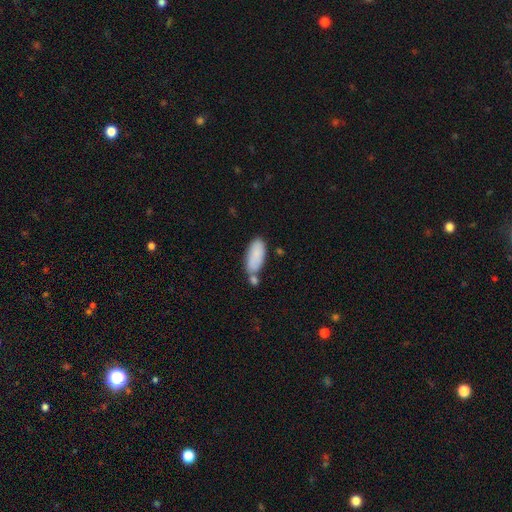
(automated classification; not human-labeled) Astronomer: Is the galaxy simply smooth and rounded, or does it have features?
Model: smooth — 83%.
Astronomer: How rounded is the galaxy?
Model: in between — 82%.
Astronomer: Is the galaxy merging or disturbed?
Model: none — 46% (runner-up: merger, 28%).